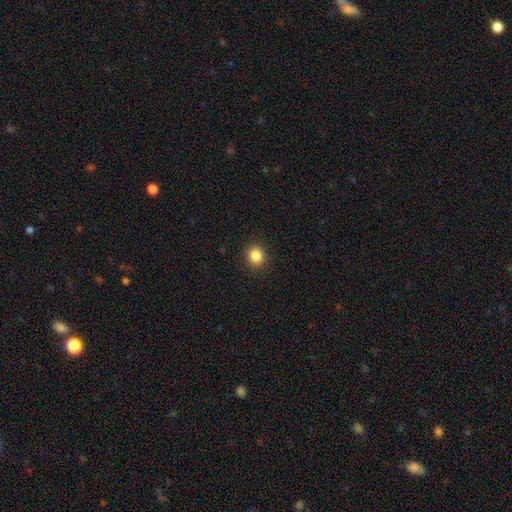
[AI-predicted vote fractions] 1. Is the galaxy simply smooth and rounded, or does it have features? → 85% smooth, 11% star or artifact, 4% featured or disk.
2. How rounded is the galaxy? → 86% round, 14% in between, 1% cigar-shaped.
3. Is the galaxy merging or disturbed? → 92% none, 5% minor disturbance, 2% major disturbance, 1% merger.